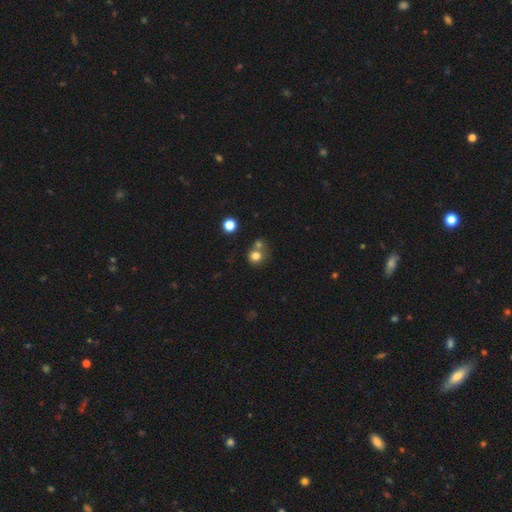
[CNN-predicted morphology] Q: Smooth or featured?
A: smooth (76%); runner-up: star or artifact (13%)
Q: How rounded?
A: round (83%); runner-up: in between (16%)
Q: Merging?
A: none (50%); runner-up: merger (38%)